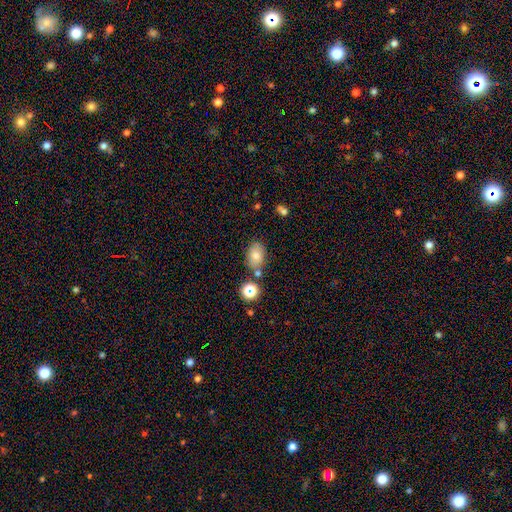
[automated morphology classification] type=smooth (74%); roundness=in between (80%); merging=none (70%).